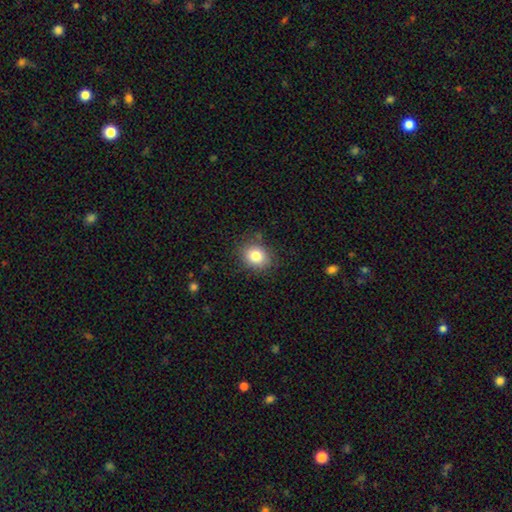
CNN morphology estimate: This appears to be a smooth galaxy with no disk features (82%) that is round (63%). Merging: none (84%).